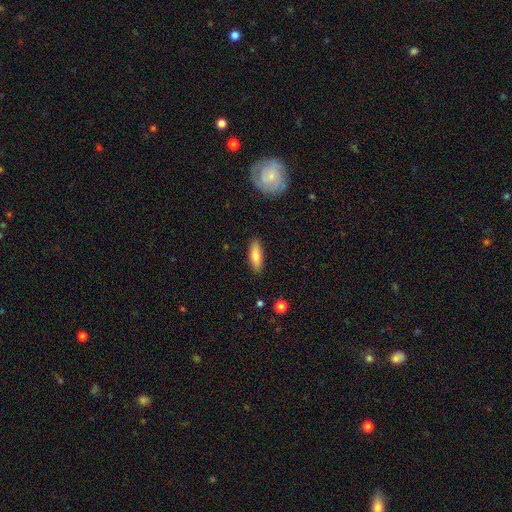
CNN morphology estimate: Smooth or featured?
  - smooth: 82% *
  - featured or disk: 11%
  - star or artifact: 6%
How rounded?
  - in between: 57% *
  - cigar-shaped: 41%
  - round: 2%
Merging?
  - none: 88% *
  - minor disturbance: 9%
  - major disturbance: 2%
  - merger: 1%